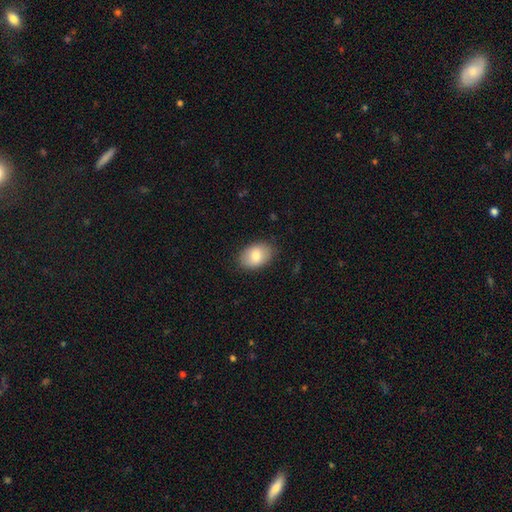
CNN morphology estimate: A smooth galaxy with no disk features (80%) that is in between round and cigar-shaped (86%). Merging: none (85%).